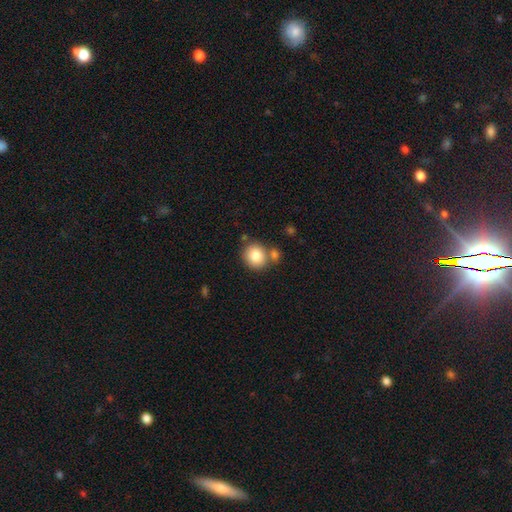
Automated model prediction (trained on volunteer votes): Smooth or featured? smooth (82%)
How rounded? round (84%)
Merging? none (67%)